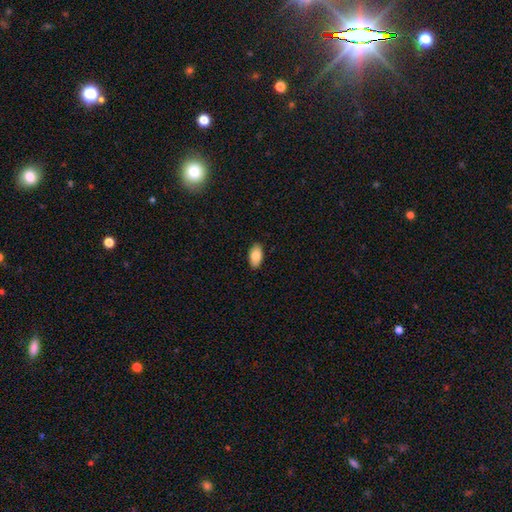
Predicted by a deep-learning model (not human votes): A smooth galaxy with no disk features (83%) that is in between round and cigar-shaped (94%).

Vote fractions:
- Smooth or featured? smooth: 83% / featured or disk: 11% / star or artifact: 7%
- How rounded? in between: 94% / round: 3% / cigar-shaped: 3%
- Merging? none: 90% / minor disturbance: 8% / major disturbance: 2% / merger: 1%